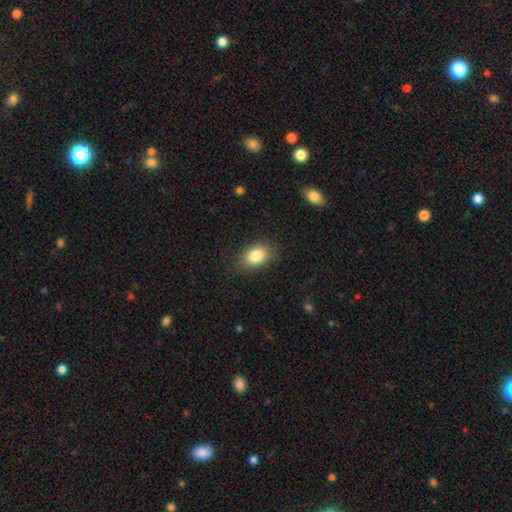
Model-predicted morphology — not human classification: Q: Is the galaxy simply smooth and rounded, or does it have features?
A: smooth — 84%.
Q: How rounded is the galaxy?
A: in between — 83%.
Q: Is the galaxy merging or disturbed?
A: none — 83%.